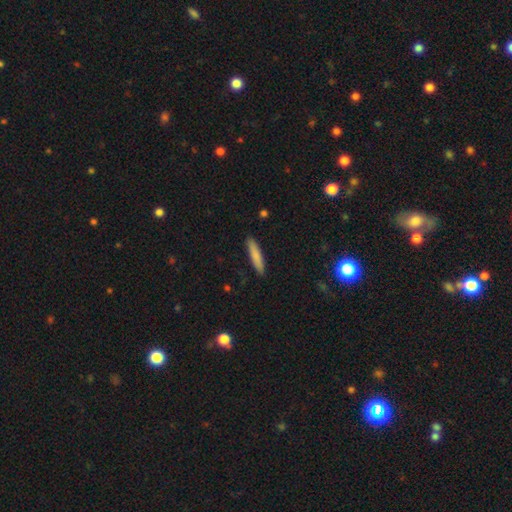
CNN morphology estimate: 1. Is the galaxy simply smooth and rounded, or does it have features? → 83% smooth, 11% featured or disk, 6% star or artifact.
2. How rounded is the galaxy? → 86% cigar-shaped, 13% in between, 1% round.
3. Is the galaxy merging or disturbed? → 90% none, 7% minor disturbance, 1% major disturbance, 1% merger.